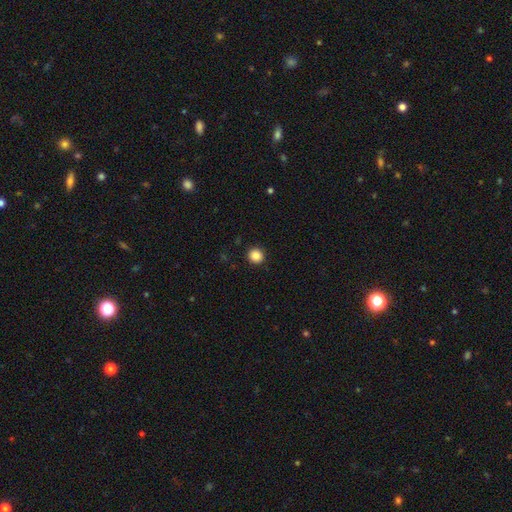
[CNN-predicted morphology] A smooth galaxy with no disk features (87%) that is round (94%).

Vote fractions:
- Smooth or featured? smooth: 87% / star or artifact: 10% / featured or disk: 3%
- How rounded? round: 94% / in between: 5% / cigar-shaped: 1%
- Merging? none: 93% / minor disturbance: 5% / major disturbance: 2% / merger: 1%